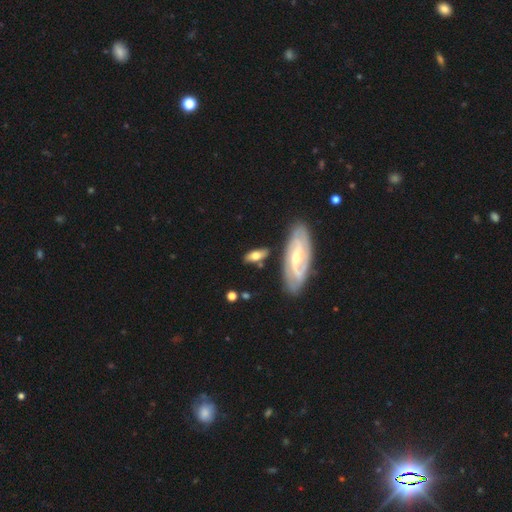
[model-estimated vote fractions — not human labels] featured or disk 48%, smooth 45%, star or artifact 6%. Down the decision tree: merging — none (71%).